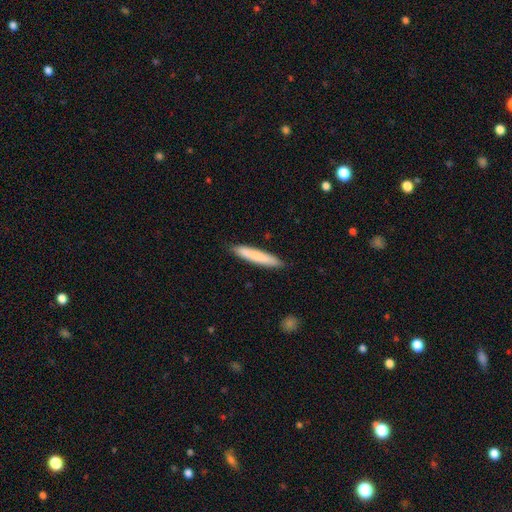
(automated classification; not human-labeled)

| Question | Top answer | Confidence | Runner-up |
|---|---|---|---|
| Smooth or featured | smooth | 77% | featured or disk (18%) |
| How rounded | cigar-shaped | 92% | in between (6%) |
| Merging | none | 88% | minor disturbance (9%) |